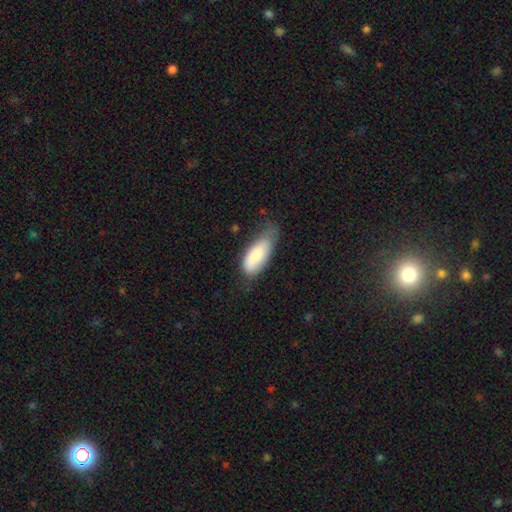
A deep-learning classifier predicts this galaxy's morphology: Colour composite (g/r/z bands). It shows a smooth galaxy with no disk features (81%) that is in between round and cigar-shaped (83%). Merging: minor disturbance (45%).